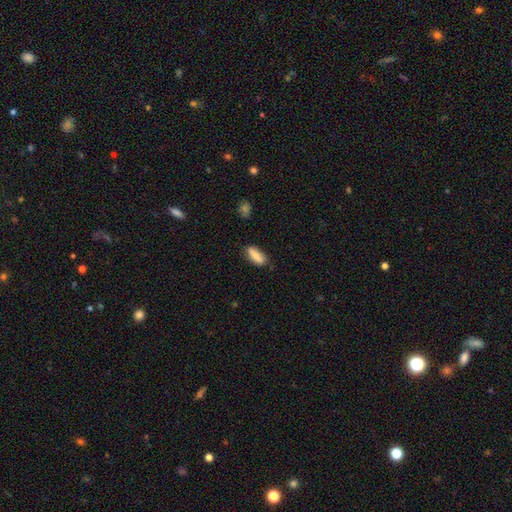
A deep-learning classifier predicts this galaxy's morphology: The model was most divided on "how rounded": in between: 67%, cigar-shaped: 30%, round: 3%. More confident: smooth or featured — smooth (81%); merging — none (78%).